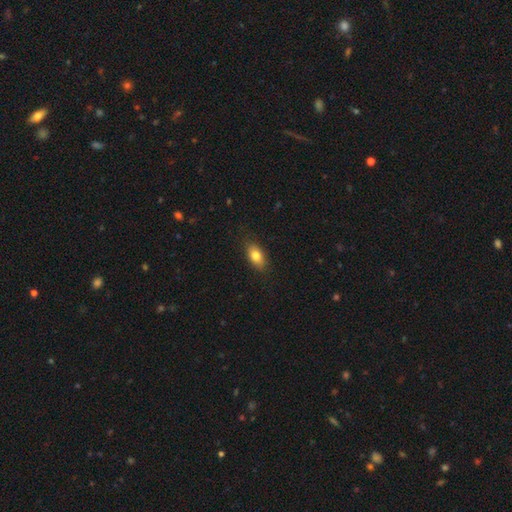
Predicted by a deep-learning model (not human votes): Smooth or featured: smooth — 80% (featured or disk — 12%)
How rounded: in between — 86% (round — 9%)
Merging: none — 84% (minor disturbance — 12%)